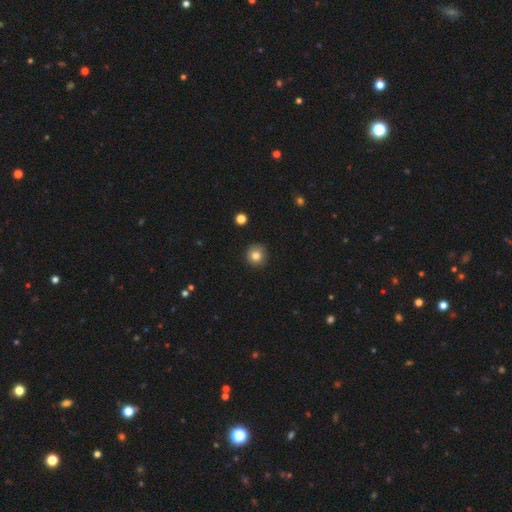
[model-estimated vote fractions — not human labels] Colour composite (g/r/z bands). It shows a smooth galaxy with no disk features (81%) that is round (93%). Merging: none (90%).